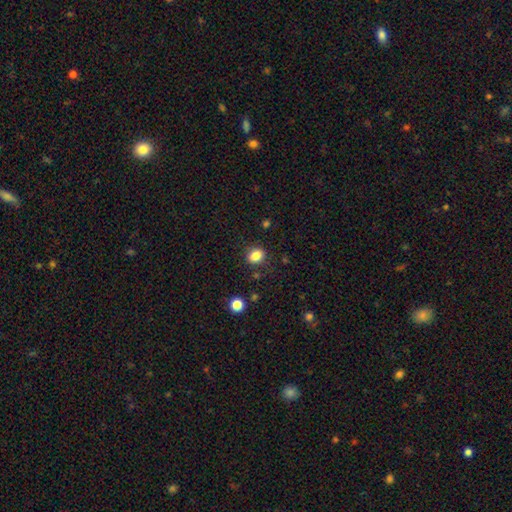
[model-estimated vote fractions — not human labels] A smooth galaxy with no disk features (84%) that is in between round and cigar-shaped (56%). Merging: none (83%).